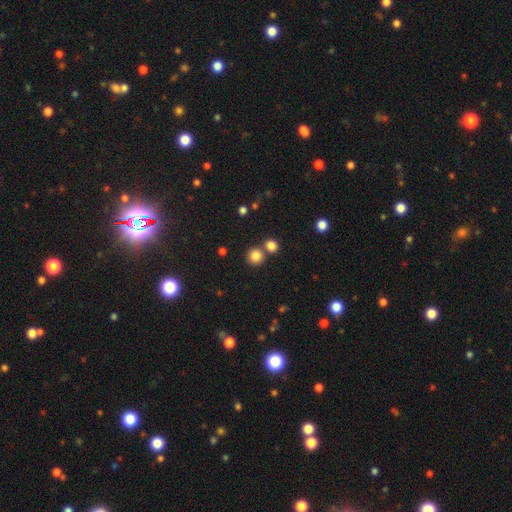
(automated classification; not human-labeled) Smooth or featured?
  - smooth: 83% *
  - star or artifact: 12%
  - featured or disk: 5%
How rounded?
  - round: 90% *
  - in between: 9%
  - cigar-shaped: 1%
Merging?
  - none: 70% *
  - merger: 21%
  - minor disturbance: 7%
  - major disturbance: 3%